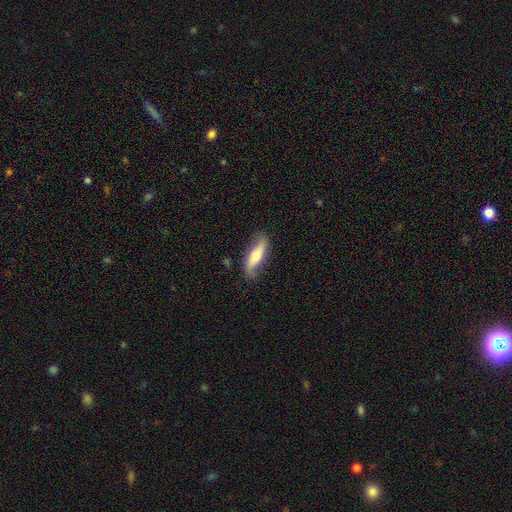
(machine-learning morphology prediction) The model was most divided on "smooth or featured": featured or disk: 53%, smooth: 42%, star or artifact: 6%. More confident: merging — none (76%); edge-on disk — no (58%).